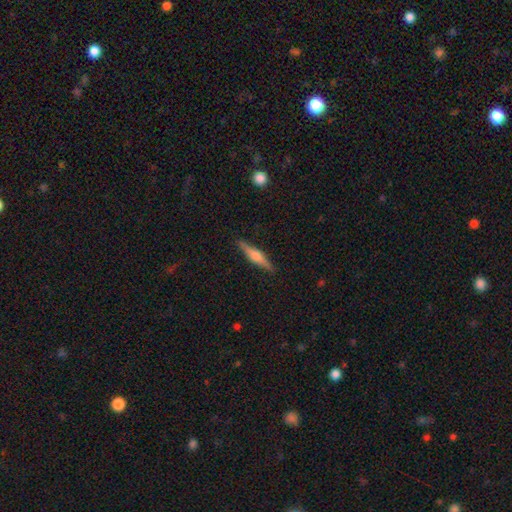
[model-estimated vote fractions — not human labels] Smooth or featured? Predicted: featured or disk (p=0.58). Edge-on disk? Predicted: yes (p=0.97). Edge-on bulge? Predicted: rounded (p=0.79). Merging? Predicted: none (p=0.89).